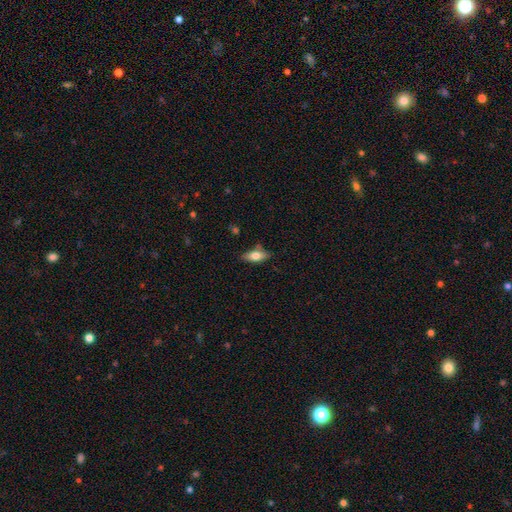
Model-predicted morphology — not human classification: smooth_or_featured: smooth (p=0.71) [alt: featured or disk p=0.22]
how_rounded: in between (p=0.80) [alt: cigar-shaped p=0.17]
merging: none (p=0.77) [alt: minor disturbance p=0.16]